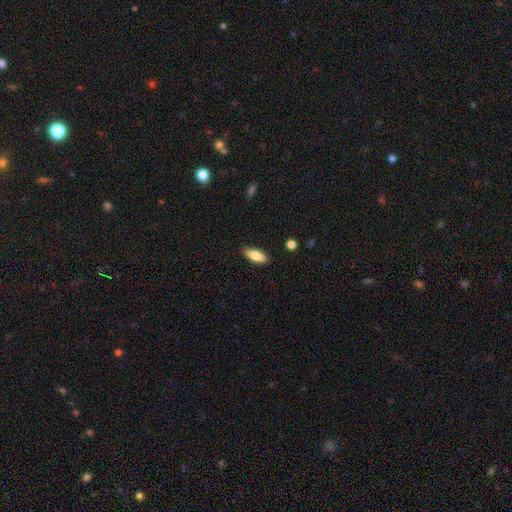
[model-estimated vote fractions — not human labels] Smooth or featured?
  - smooth: 76% *
  - featured or disk: 18%
  - star or artifact: 6%
How rounded?
  - in between: 73% *
  - cigar-shaped: 25%
  - round: 2%
Merging?
  - none: 87% *
  - minor disturbance: 10%
  - major disturbance: 2%
  - merger: 1%